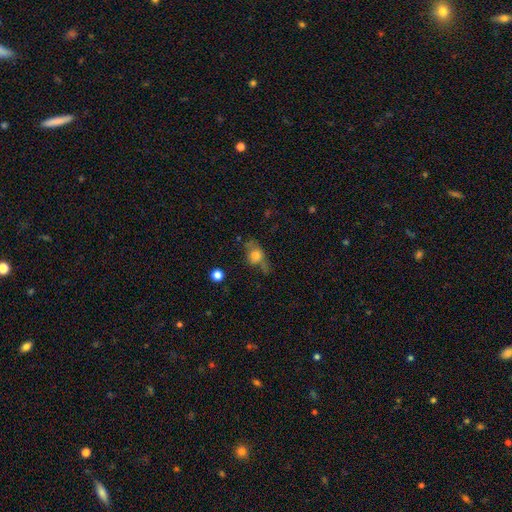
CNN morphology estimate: A smooth galaxy with no disk features (68%) that is round (49%).

Vote fractions:
- Smooth or featured? smooth: 68% / featured or disk: 21% / star or artifact: 12%
- How rounded? round: 49% / in between: 48% / cigar-shaped: 3%
- Merging? none: 42% / minor disturbance: 28% / major disturbance: 20% / merger: 11%